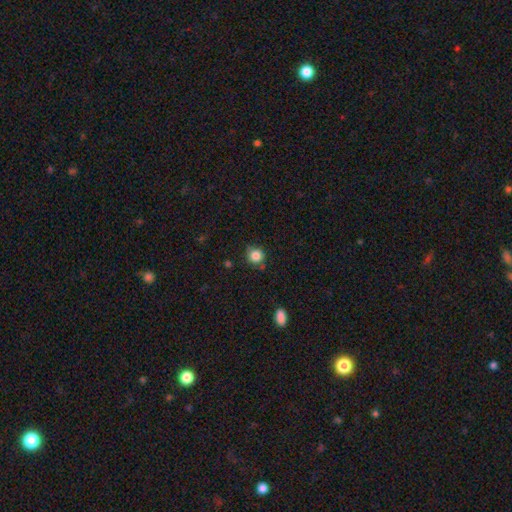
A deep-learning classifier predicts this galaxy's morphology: type=smooth (84%); roundness=round (89%); merging=none (77%).